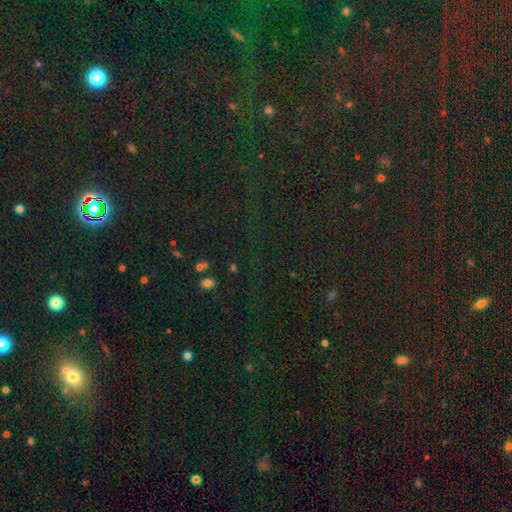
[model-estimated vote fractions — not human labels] Smooth or featured? Predicted: star or artifact (p=0.79).